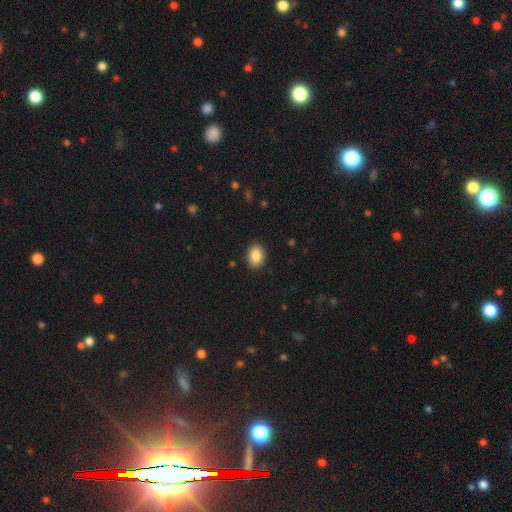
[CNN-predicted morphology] smooth-or-featured: smooth: 87% | star or artifact: 8% | featured or disk: 5%
  how-rounded: in between: 69% | round: 30% | cigar-shaped: 1%
  merging: none: 89% | minor disturbance: 8% | major disturbance: 2% | merger: 1%